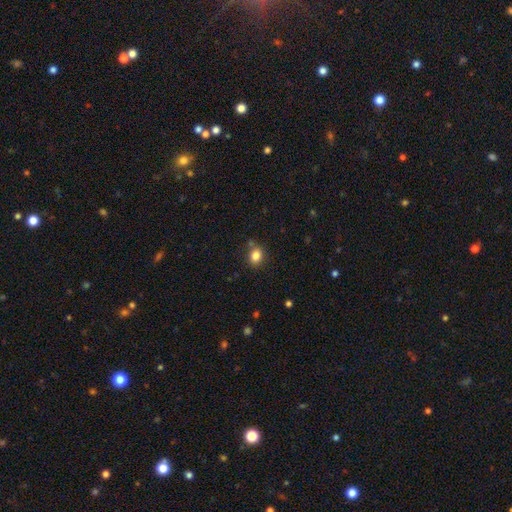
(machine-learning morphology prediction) The model was most divided on "how rounded": round: 54%, in between: 45%, cigar-shaped: 1%. More confident: smooth or featured — smooth (83%); merging — none (78%).